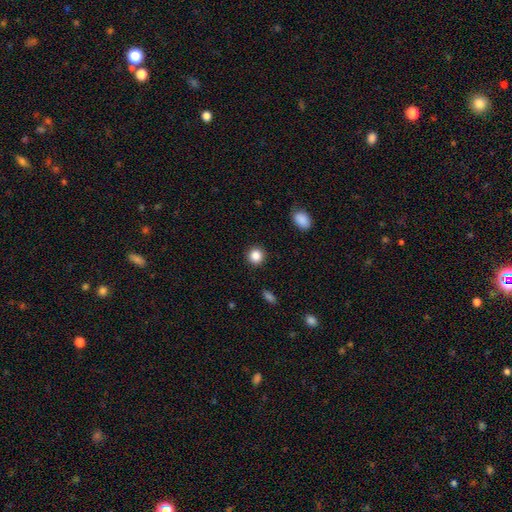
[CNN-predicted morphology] smooth_or_featured: smooth (p=0.86) [alt: star or artifact p=0.10]
how_rounded: round (p=0.91) [alt: in between p=0.08]
merging: none (p=0.91) [alt: minor disturbance p=0.05]